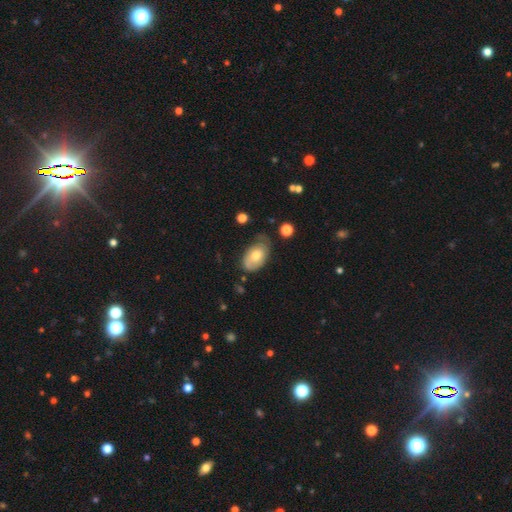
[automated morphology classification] smooth_or_featured: smooth (p=0.64) [alt: featured or disk p=0.29]
how_rounded: in between (p=0.90) [alt: round p=0.09]
merging: none (p=0.47) [alt: minor disturbance p=0.37]